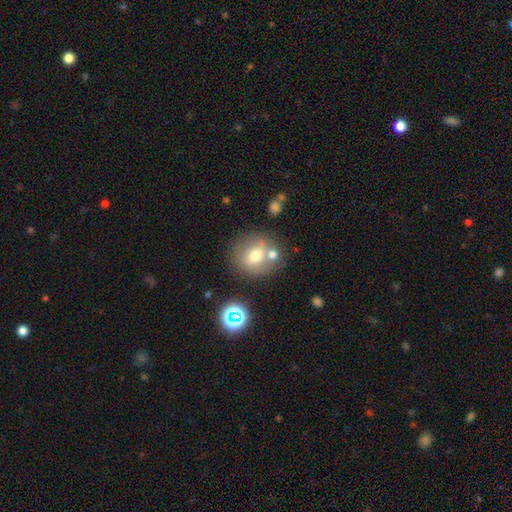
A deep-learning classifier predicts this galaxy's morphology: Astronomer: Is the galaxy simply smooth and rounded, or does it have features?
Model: smooth — 63%.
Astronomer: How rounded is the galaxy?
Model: round — 78%.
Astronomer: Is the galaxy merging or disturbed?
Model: none — 63%.